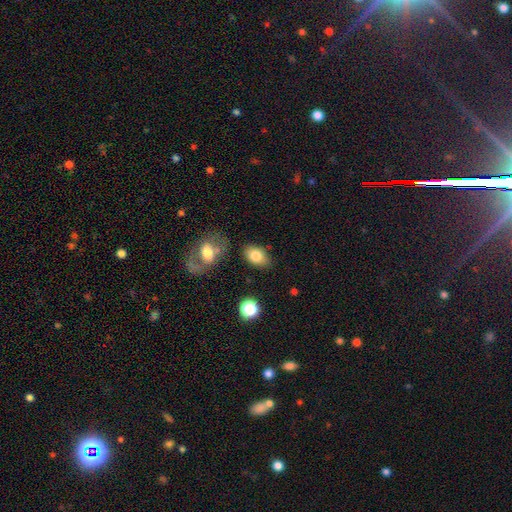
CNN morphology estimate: smooth_or_featured: smooth (p=0.80) [alt: featured or disk p=0.12]
how_rounded: in between (p=0.85) [alt: round p=0.13]
merging: none (p=0.77) [alt: minor disturbance p=0.13]